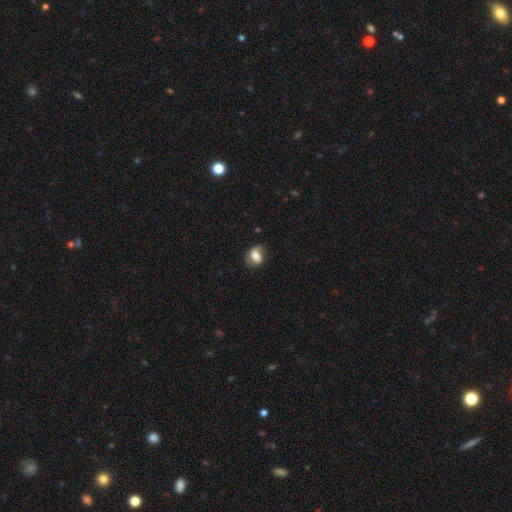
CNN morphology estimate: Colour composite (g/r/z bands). It shows a smooth galaxy with no disk features (64%) that is in between round and cigar-shaped (67%). Merging: none (54%).